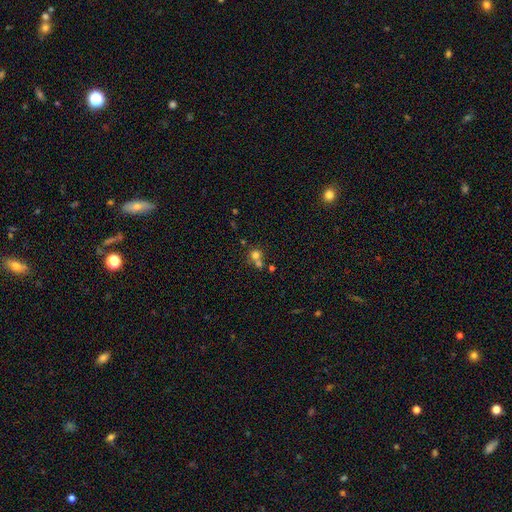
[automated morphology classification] Smooth or featured?
  - smooth: 72% *
  - star or artifact: 16%
  - featured or disk: 12%
How rounded?
  - round: 86% *
  - in between: 13%
  - cigar-shaped: 1%
Merging?
  - merger: 46% *
  - none: 43%
  - minor disturbance: 7%
  - major disturbance: 4%